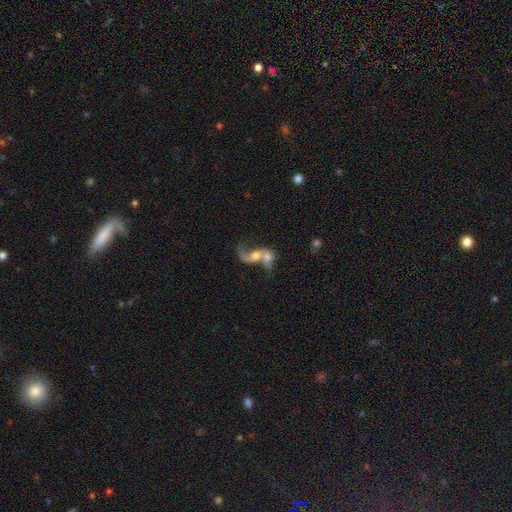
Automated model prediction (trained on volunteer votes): A featured or disk galaxy (59%) with no bar (68%), spiral arms (70%) and a moderate central bulge (41%).

Vote fractions:
- Smooth or featured? featured or disk: 59% / smooth: 31% / star or artifact: 9%
- Edge-on disk? no: 96% / yes: 4%
- Bar? no: 68% / weak: 25% / strong: 6%
- Spiral arms? yes: 70% / no: 30%
- Bulge size? moderate: 41% / large: 23% / small: 18% / none: 14% / dominant: 4%
- Merging? merger: 75% / major disturbance: 11% / none: 9% / minor disturbance: 4%